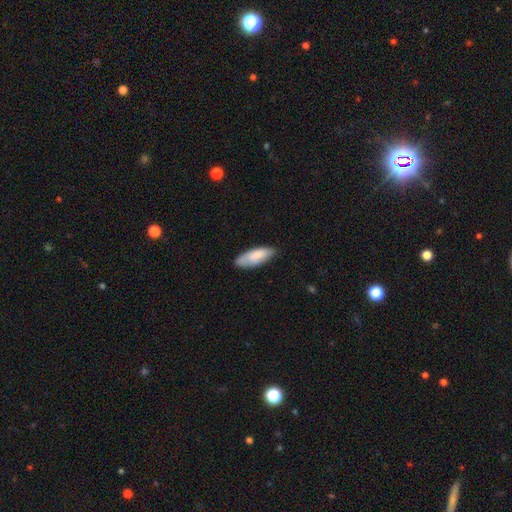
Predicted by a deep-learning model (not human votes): Smooth or featured?
  - smooth: 81% *
  - featured or disk: 14%
  - star or artifact: 6%
How rounded?
  - in between: 72% *
  - cigar-shaped: 26%
  - round: 1%
Merging?
  - none: 74% *
  - minor disturbance: 21%
  - major disturbance: 3%
  - merger: 1%